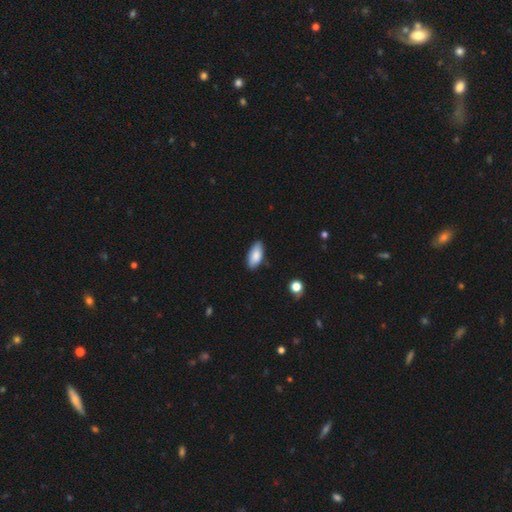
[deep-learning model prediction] This appears to be a smooth galaxy with no disk features (85%) that is in between round and cigar-shaped (90%). Merging: none (82%).